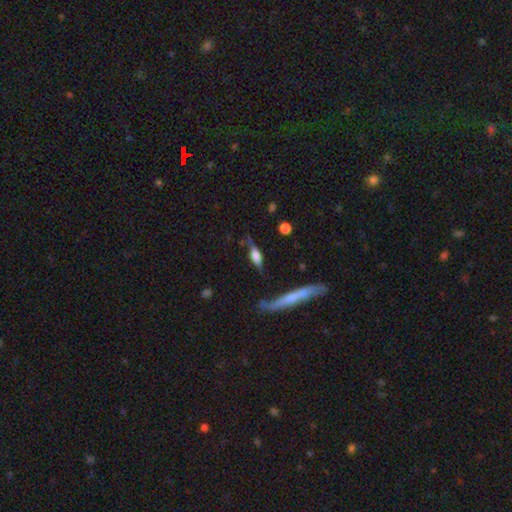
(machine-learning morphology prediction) featured or disk 49%, smooth 42%, star or artifact 9%. Down the decision tree: merging — none (51%).